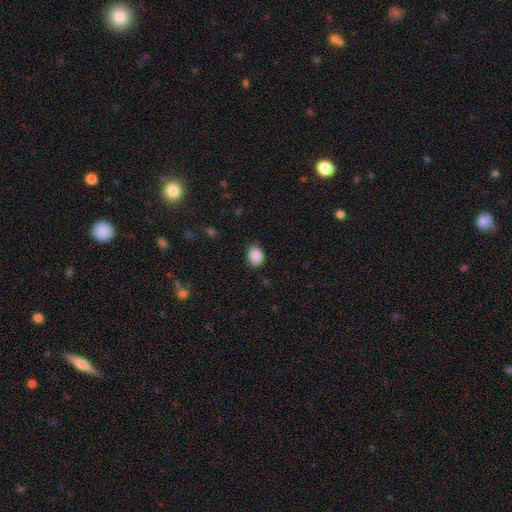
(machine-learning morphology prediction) This is clearly a smooth galaxy (89%). How rounded: possibly in between (57%). Merging: clearly none (83%).